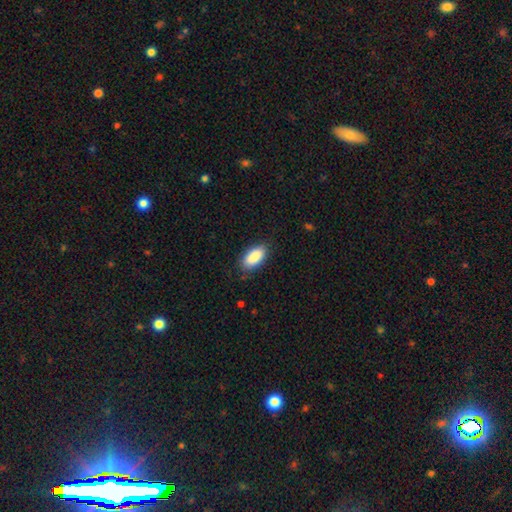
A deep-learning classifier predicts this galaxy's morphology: smooth-or-featured: smooth: 89% | star or artifact: 6% | featured or disk: 5%
  how-rounded: in between: 92% | cigar-shaped: 6% | round: 2%
  merging: none: 83% | minor disturbance: 13% | major disturbance: 3% | merger: 1%